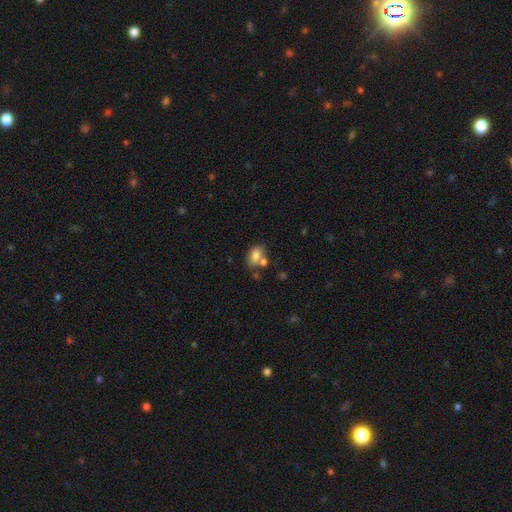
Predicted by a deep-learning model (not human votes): Q: Smooth or featured?
A: smooth (77%); runner-up: featured or disk (13%)
Q: How rounded?
A: in between (83%); runner-up: round (15%)
Q: Merging?
A: none (48%); runner-up: merger (31%)